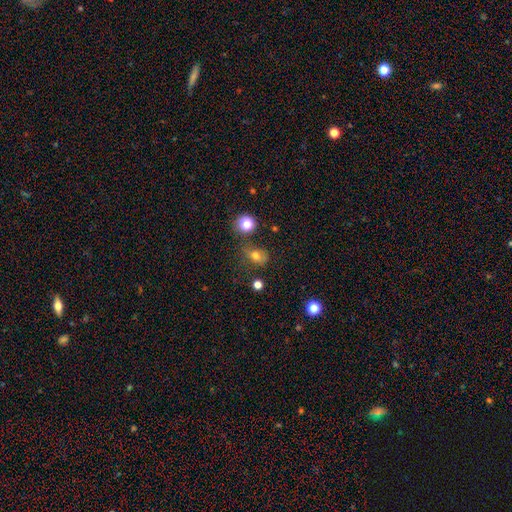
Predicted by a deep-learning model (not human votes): Overall: smooth (72%). How rounded: in between (54%; round 45%). Merging: none (54%; minor disturbance 23%).